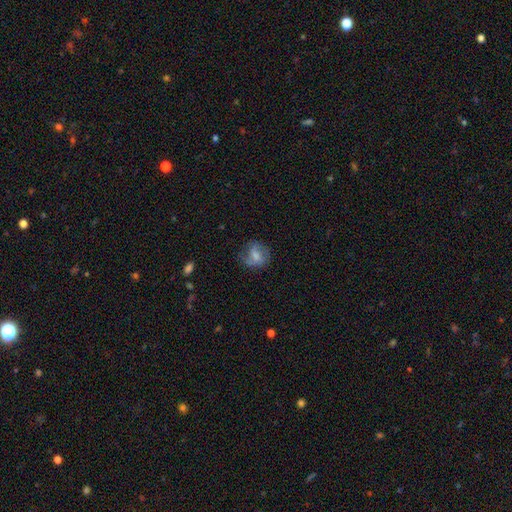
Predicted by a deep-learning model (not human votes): Overall: smooth (50%; featured or disk 41%). How rounded: round (57%; in between 41%). Merging: none (56%; minor disturbance 26%).